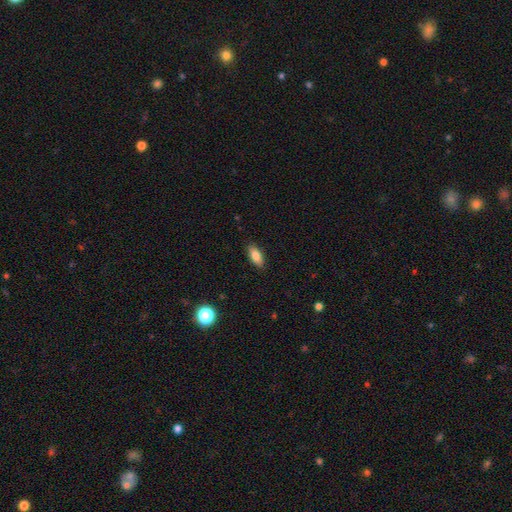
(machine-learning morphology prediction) Overall: smooth (83%). How rounded: in between (84%). Merging: none (88%).